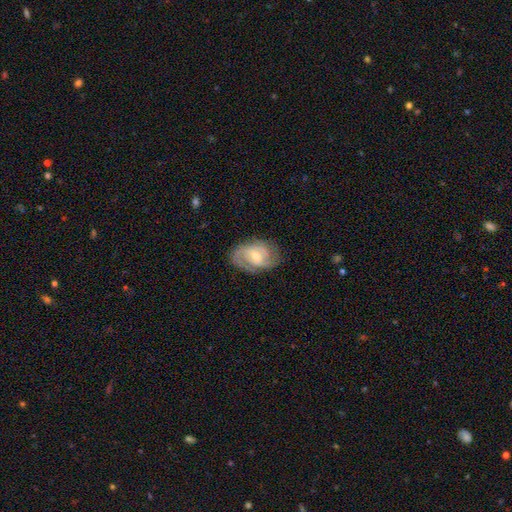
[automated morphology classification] type=featured or disk (82%); edge-on=no (97%); bar=no (46%); spiral arms=yes (94%); winding=tight (50%); arm count=2 (54%); bulge=moderate (51%); merging=none (74%).